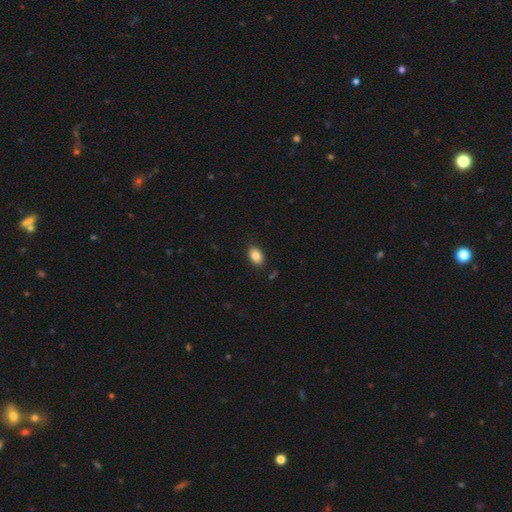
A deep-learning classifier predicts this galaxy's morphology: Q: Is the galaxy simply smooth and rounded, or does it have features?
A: smooth — 86%.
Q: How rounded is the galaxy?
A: in between — 88%.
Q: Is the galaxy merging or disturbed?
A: none — 87%.